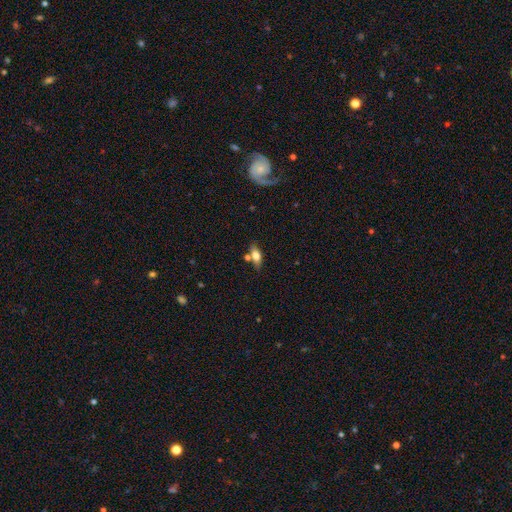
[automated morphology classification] smooth_or_featured: smooth (p=0.63) [alt: featured or disk p=0.28]
how_rounded: in between (p=0.74) [alt: cigar-shaped p=0.21]
merging: none (p=0.64) [alt: merger p=0.16]